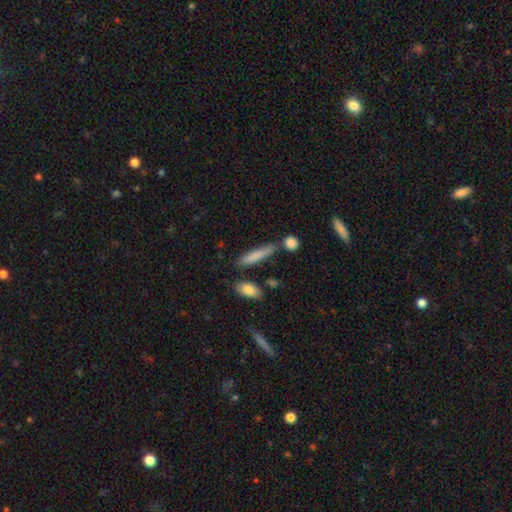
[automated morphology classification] Smooth or featured? smooth (76%)
How rounded? cigar-shaped (84%)
Merging? none (74%)